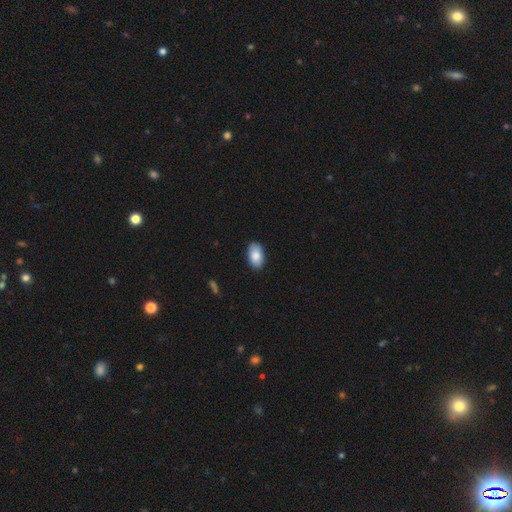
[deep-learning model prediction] This is clearly a smooth galaxy (86%). How rounded: clearly in between (94%). Merging: clearly none (88%).